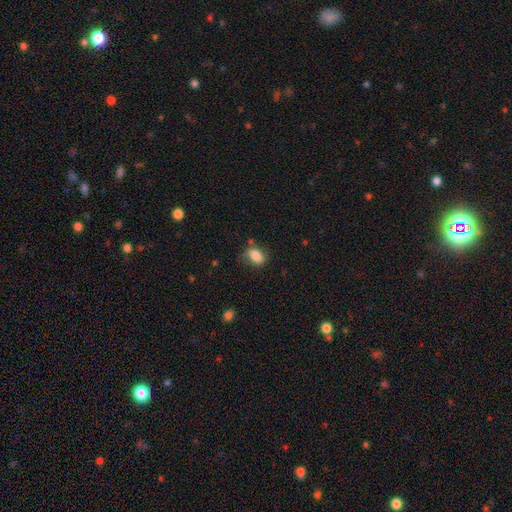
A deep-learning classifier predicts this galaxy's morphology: smooth 80%, featured or disk 12%, star or artifact 8%. Down the decision tree: how rounded — in between (82%); merging — none (60%).